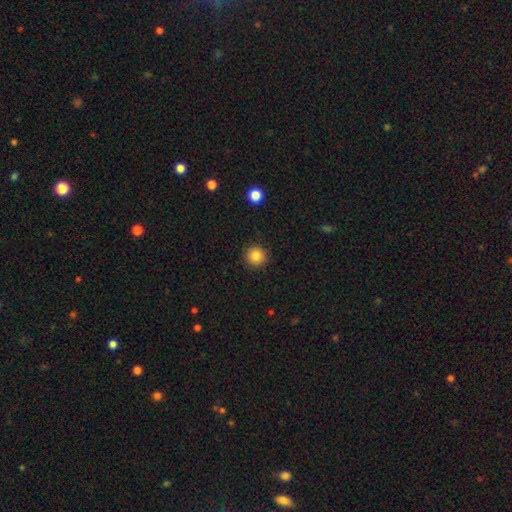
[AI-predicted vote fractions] Smooth or featured? Predicted: smooth (p=0.85). How rounded? Predicted: round (p=0.95). Merging? Predicted: none (p=0.91).